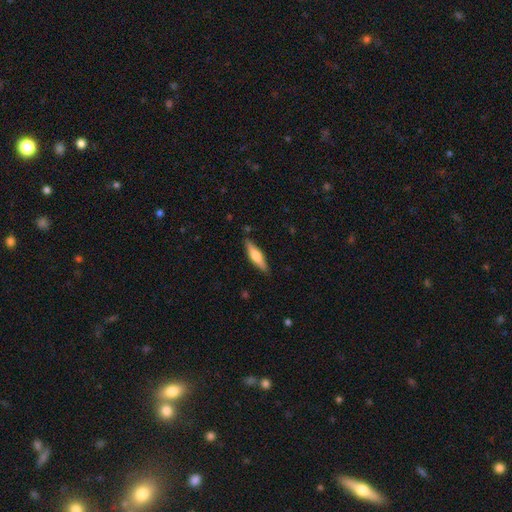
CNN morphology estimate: type=smooth (49%); merging=none (88%).